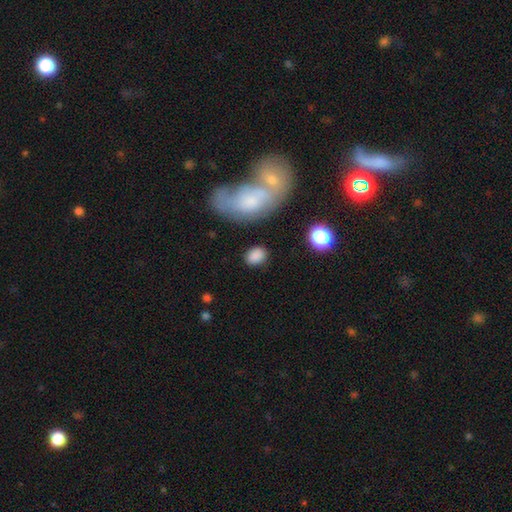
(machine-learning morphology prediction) smooth 86%, star or artifact 8%, featured or disk 6%. Down the decision tree: how rounded — in between (73%); merging — none (81%).